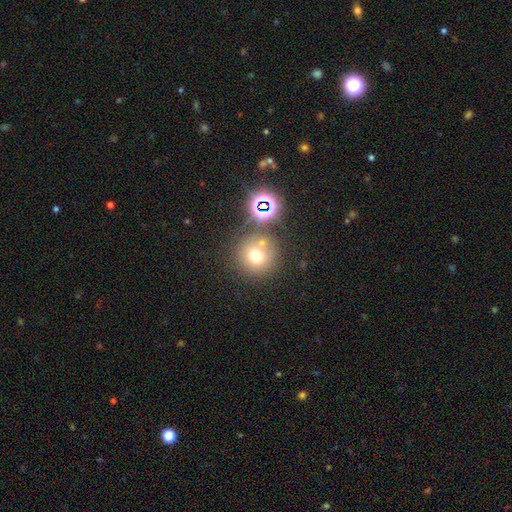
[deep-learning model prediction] Overall: smooth (68%). How rounded: round (93%). Merging: none (66%).